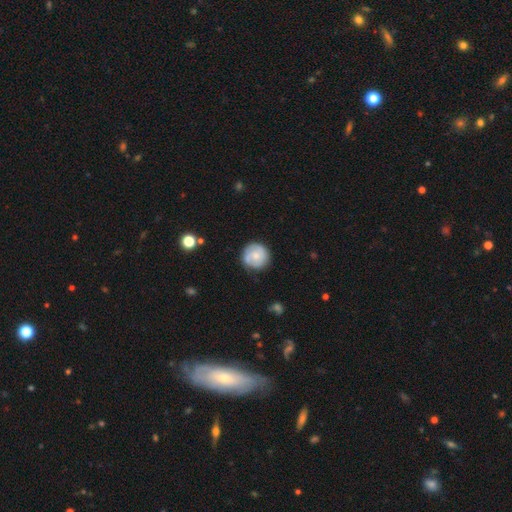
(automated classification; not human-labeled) Smooth or featured?
  - featured or disk: 50% *
  - smooth: 44%
  - star or artifact: 6%
Merging?
  - none: 78% *
  - minor disturbance: 16%
  - major disturbance: 4%
  - merger: 2%